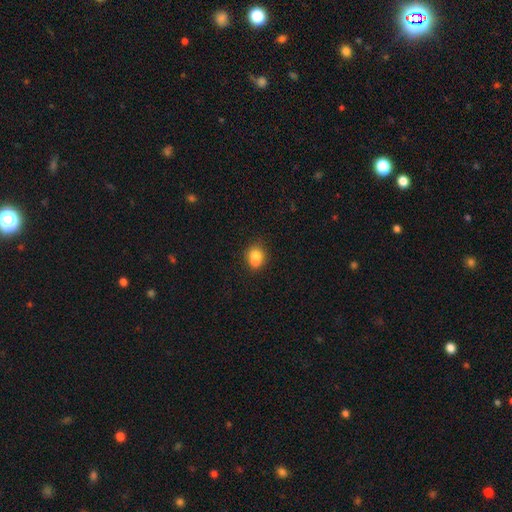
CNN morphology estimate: smooth 75%, featured or disk 15%, star or artifact 10%. Down the decision tree: how rounded — round (58%); merging — merger (47%).